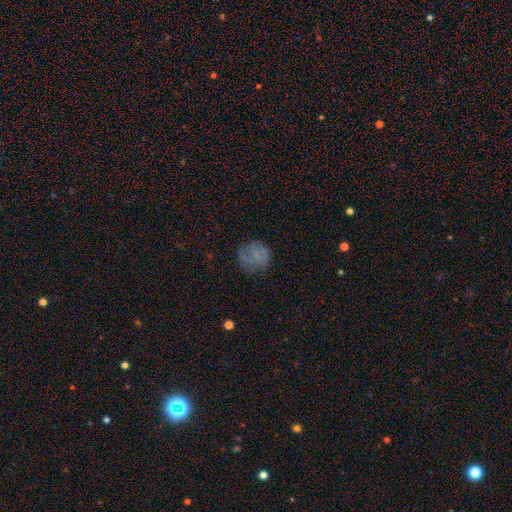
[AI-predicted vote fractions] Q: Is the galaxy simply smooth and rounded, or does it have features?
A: smooth — 59%.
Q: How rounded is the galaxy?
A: round — 79%.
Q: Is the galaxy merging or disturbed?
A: none — 64%.